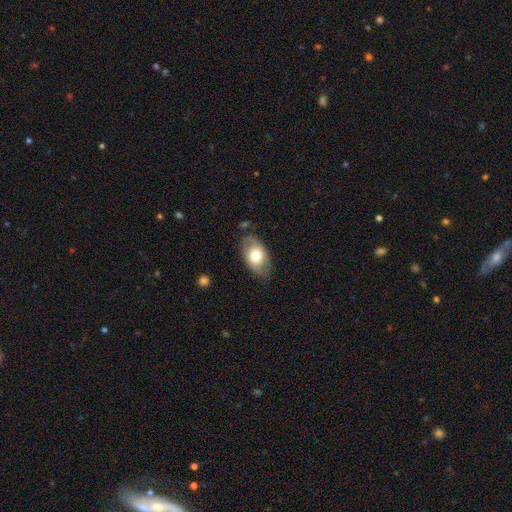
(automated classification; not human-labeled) Smooth or featured? Predicted: smooth (p=0.66). How rounded? Predicted: in between (p=0.91). Merging? Predicted: none (p=0.75).